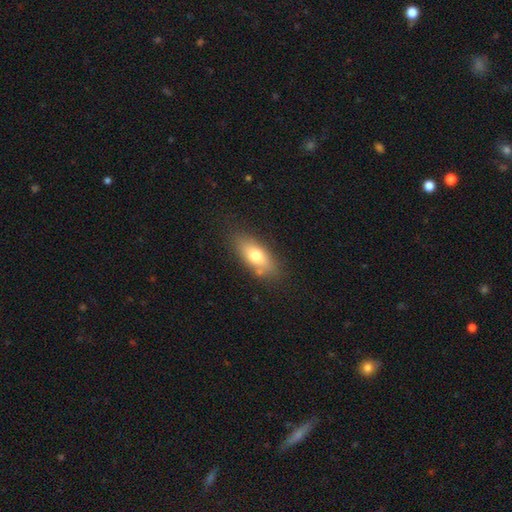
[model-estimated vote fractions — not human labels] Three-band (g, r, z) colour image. It shows a smooth galaxy with no disk features (72%) that is in between round and cigar-shaped (79%). Merging: none (78%).